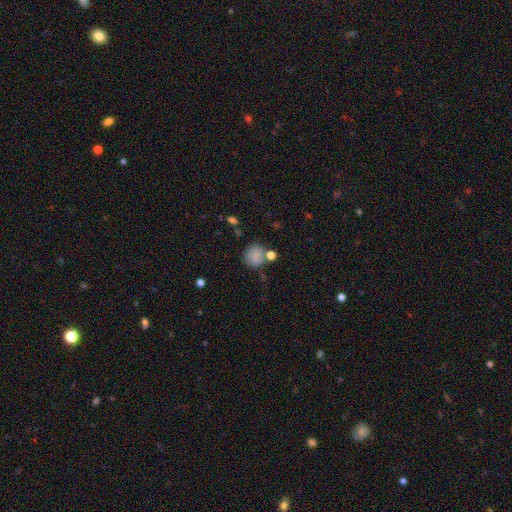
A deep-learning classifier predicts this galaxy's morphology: Smooth or featured? Predicted: smooth (p=0.81). How rounded? Predicted: round (p=0.82). Merging? Predicted: none (p=0.65).